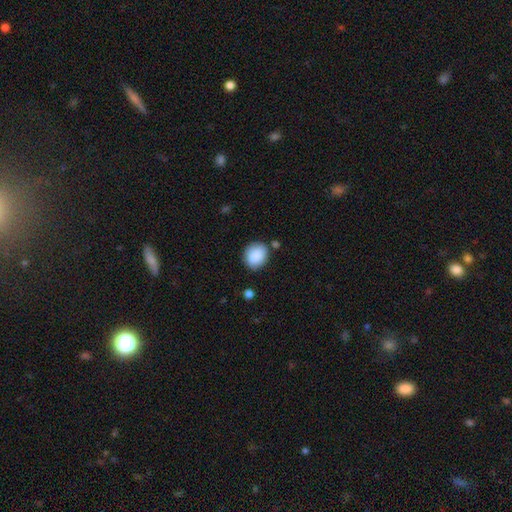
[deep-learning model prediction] This is clearly a smooth galaxy (88%). How rounded: likely round (60%). Merging: likely none (76%).